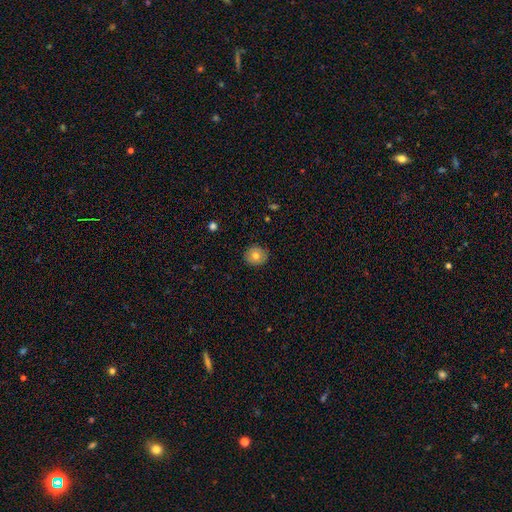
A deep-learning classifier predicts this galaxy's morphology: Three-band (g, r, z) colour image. It shows a smooth galaxy with no disk features (74%) that is round (83%). Merging: none (88%).